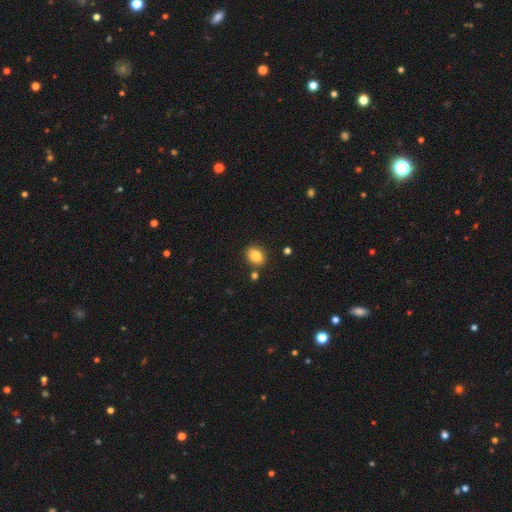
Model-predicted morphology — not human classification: A smooth galaxy with no disk features (83%) that is in between round and cigar-shaped (57%). Merging: none (84%).